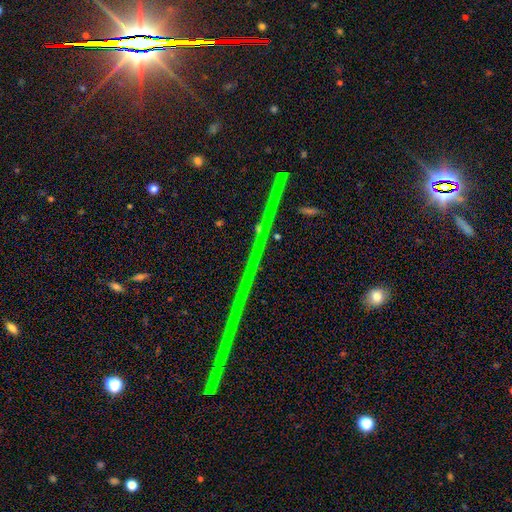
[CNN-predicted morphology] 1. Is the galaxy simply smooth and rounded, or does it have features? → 79% star or artifact, 14% featured or disk, 7% smooth.